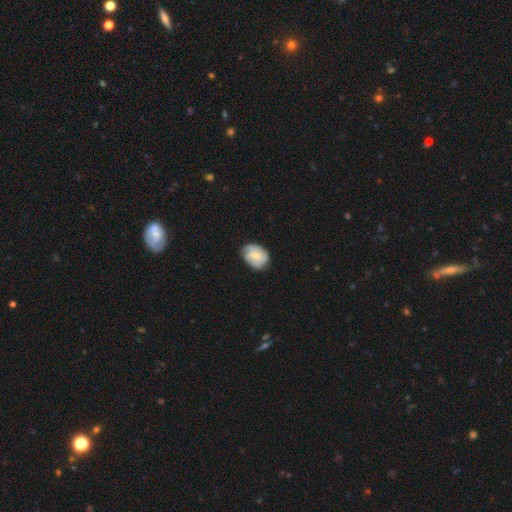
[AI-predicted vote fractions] Smooth or featured? Predicted: featured or disk (p=0.56). Edge-on disk? Predicted: no (p=0.97). Bar? Predicted: no (p=0.54). Spiral arms? Predicted: yes (p=0.84). Bulge size? Predicted: small (p=0.46, tied with moderate). Merging? Predicted: none (p=0.63).